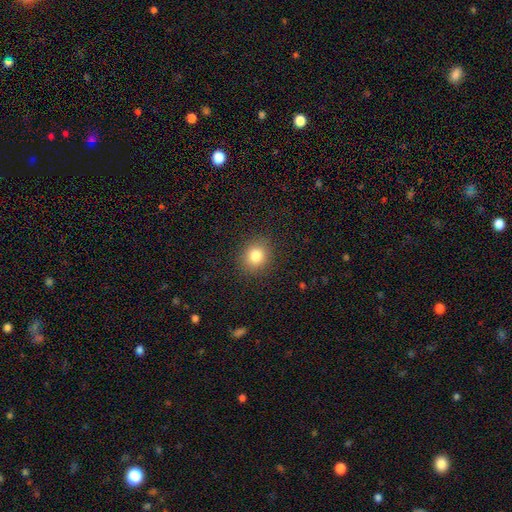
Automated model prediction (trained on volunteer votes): Smooth or featured? smooth (83%)
How rounded? round (78%)
Merging? none (89%)